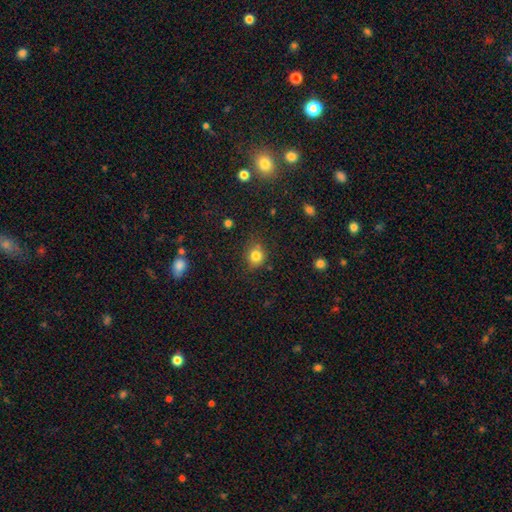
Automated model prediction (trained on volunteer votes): A smooth galaxy with no disk features (80%) that is round (77%). Merging: none (75%).